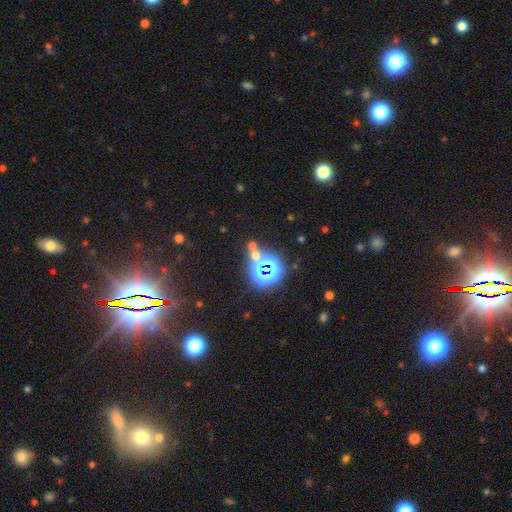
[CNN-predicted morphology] smooth_or_featured: star or artifact (p=0.59) [alt: smooth p=0.31]